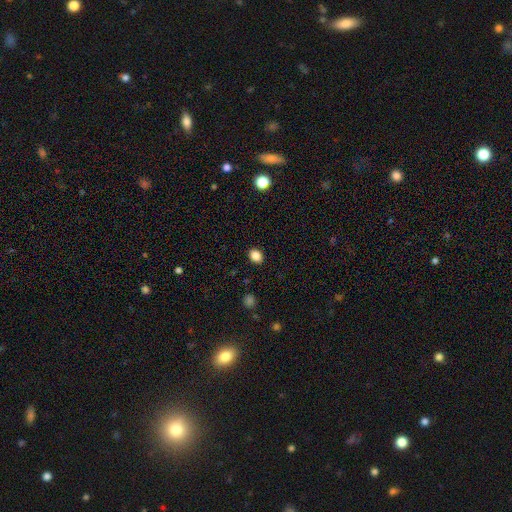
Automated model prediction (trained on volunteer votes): smooth-or-featured: smooth: 85% | star or artifact: 11% | featured or disk: 4%
  how-rounded: in between: 54% | round: 45% | cigar-shaped: 1%
  merging: none: 90% | minor disturbance: 7% | major disturbance: 2% | merger: 1%